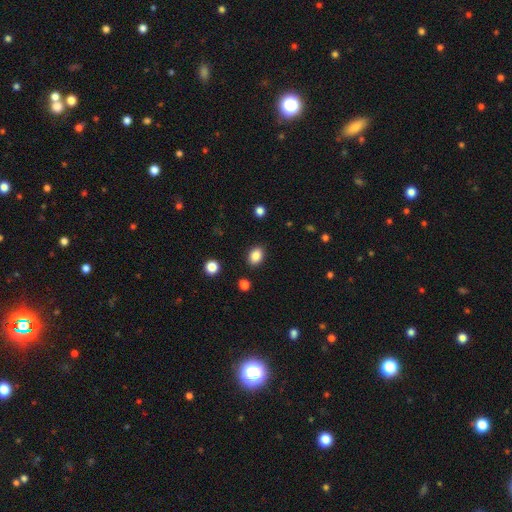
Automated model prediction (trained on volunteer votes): Smooth or featured: smooth — 87% (star or artifact — 9%)
How rounded: in between — 75% (round — 24%)
Merging: none — 88% (minor disturbance — 8%)